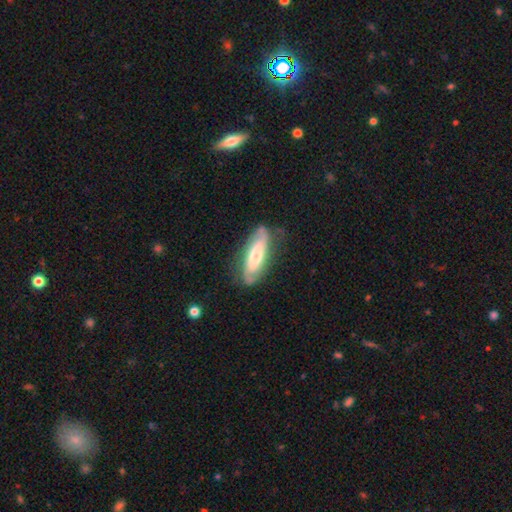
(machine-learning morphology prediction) This is possibly a featured or disk galaxy (60%). It is likely not viewed edge-on (75%). Merging: likely none (74%).